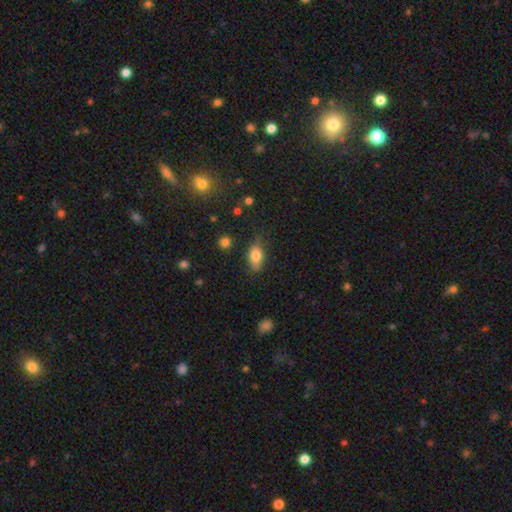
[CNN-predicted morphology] A smooth galaxy with no disk features (73%) that is in between round and cigar-shaped (81%).

Vote fractions:
- Smooth or featured? smooth: 73% / featured or disk: 19% / star or artifact: 8%
- How rounded? in between: 81% / cigar-shaped: 12% / round: 7%
- Merging? none: 73% / minor disturbance: 20% / major disturbance: 5% / merger: 2%